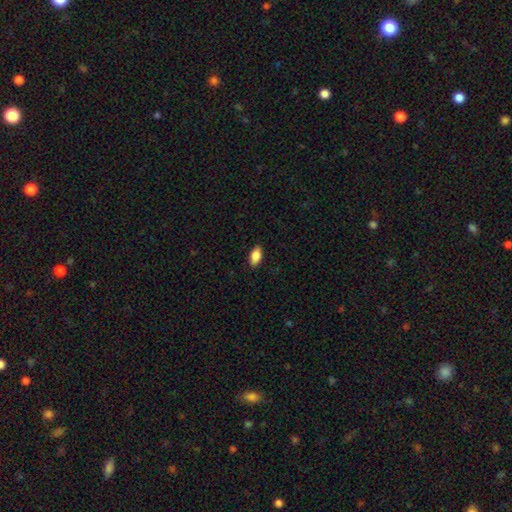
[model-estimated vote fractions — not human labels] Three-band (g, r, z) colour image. It shows a smooth galaxy with no disk features (86%) that is in between round and cigar-shaped (90%). Merging: none (87%).